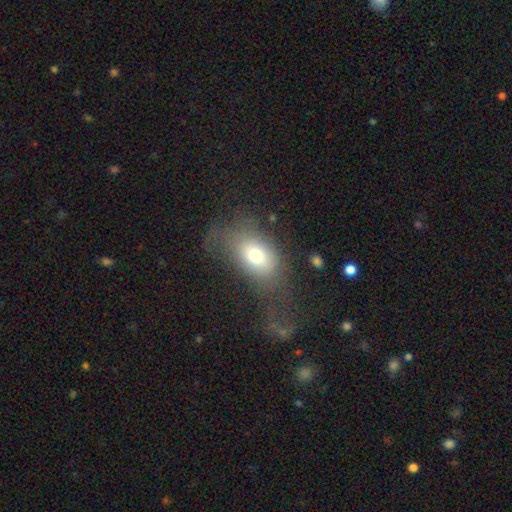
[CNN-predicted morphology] Smooth or featured?
  - smooth: 70% *
  - featured or disk: 19%
  - star or artifact: 11%
How rounded?
  - in between: 79% *
  - round: 19%
  - cigar-shaped: 2%
Merging?
  - none: 42% *
  - major disturbance: 34%
  - minor disturbance: 20%
  - merger: 4%